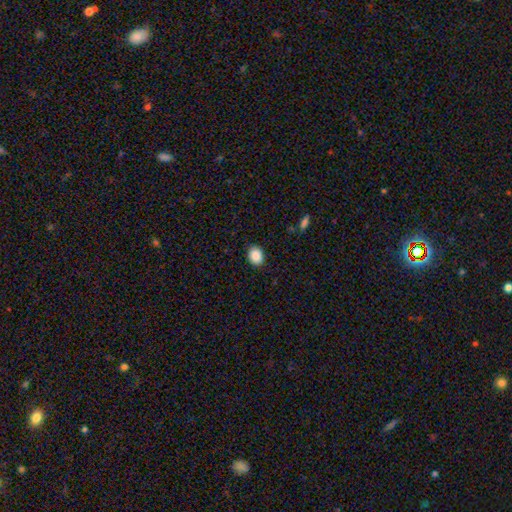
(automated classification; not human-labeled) Smooth or featured: smooth — 89% (star or artifact — 8%)
How rounded: in between — 64% (round — 35%)
Merging: none — 90% (minor disturbance — 7%)